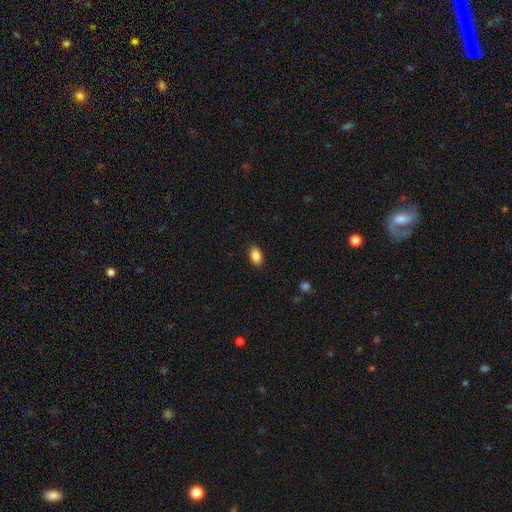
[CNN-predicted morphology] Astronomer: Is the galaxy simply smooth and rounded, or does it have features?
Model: smooth — 87%.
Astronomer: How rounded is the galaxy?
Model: in between — 90%.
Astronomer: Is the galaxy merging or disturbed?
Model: none — 89%.